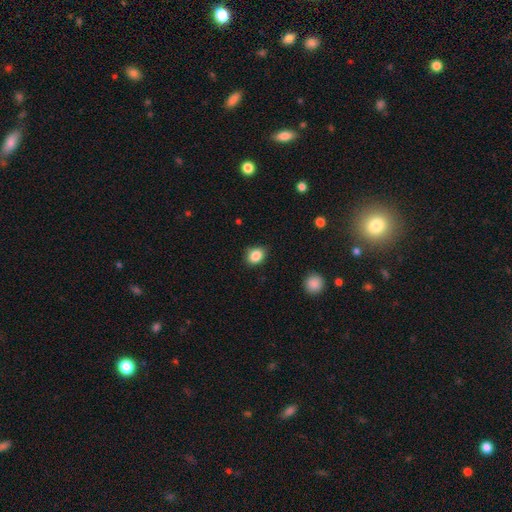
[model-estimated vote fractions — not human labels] Smooth or featured? smooth (85%)
How rounded? round (53%)
Merging? none (83%)